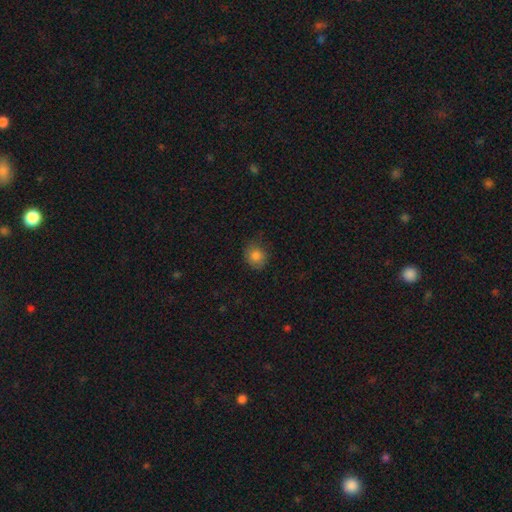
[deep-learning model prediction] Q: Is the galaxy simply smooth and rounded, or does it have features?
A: smooth — 82%.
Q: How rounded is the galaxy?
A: round — 75%.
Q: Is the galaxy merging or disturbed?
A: none — 72%.